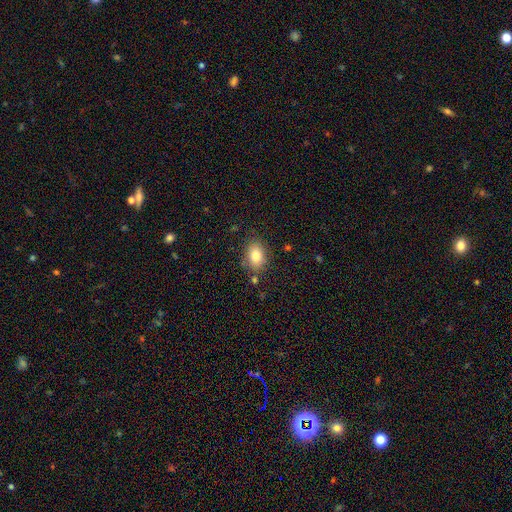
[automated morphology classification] smooth-or-featured: smooth: 82% | featured or disk: 9% | star or artifact: 9%
  how-rounded: in between: 77% | round: 22% | cigar-shaped: 1%
  merging: none: 80% | minor disturbance: 13% | major disturbance: 3% | merger: 3%